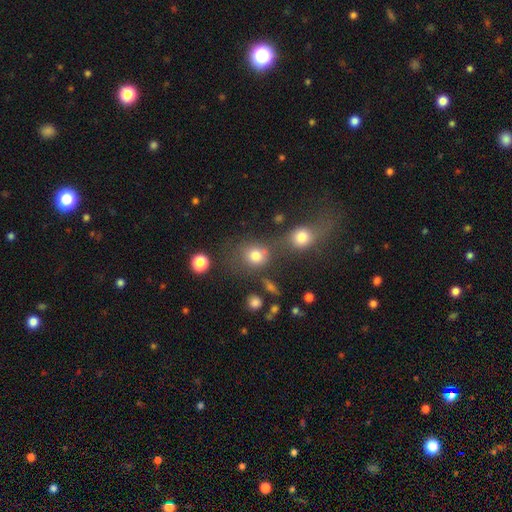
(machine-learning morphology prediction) Overall: smooth (78%). How rounded: round (70%). Merging: none (50%; merger 27%).